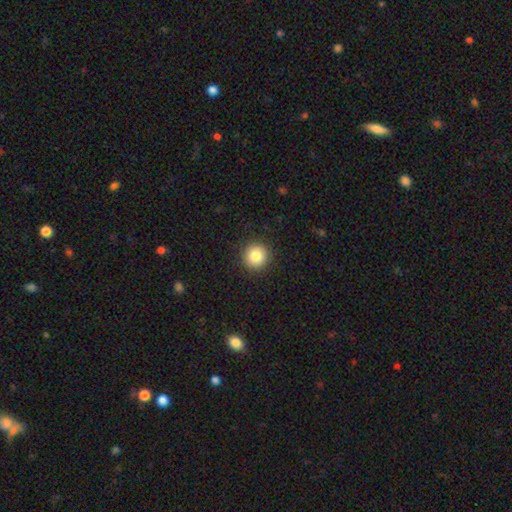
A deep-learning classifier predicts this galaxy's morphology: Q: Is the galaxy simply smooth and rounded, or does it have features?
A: smooth — 83%.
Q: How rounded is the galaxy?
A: round — 96%.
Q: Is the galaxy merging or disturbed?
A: none — 92%.